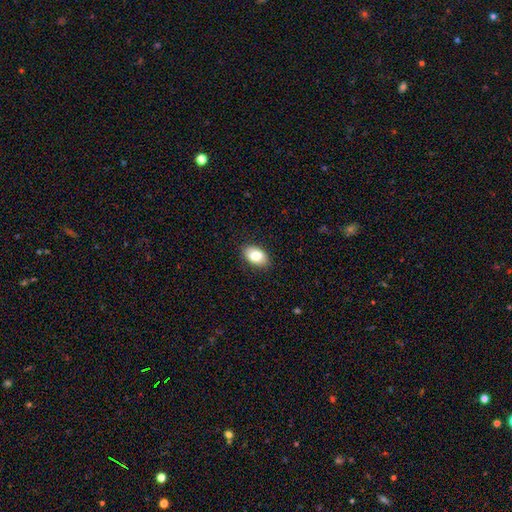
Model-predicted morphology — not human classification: Smooth or featured?
  - smooth: 83% *
  - featured or disk: 9%
  - star or artifact: 7%
How rounded?
  - in between: 90% *
  - round: 8%
  - cigar-shaped: 1%
Merging?
  - none: 86% *
  - minor disturbance: 11%
  - major disturbance: 2%
  - merger: 1%